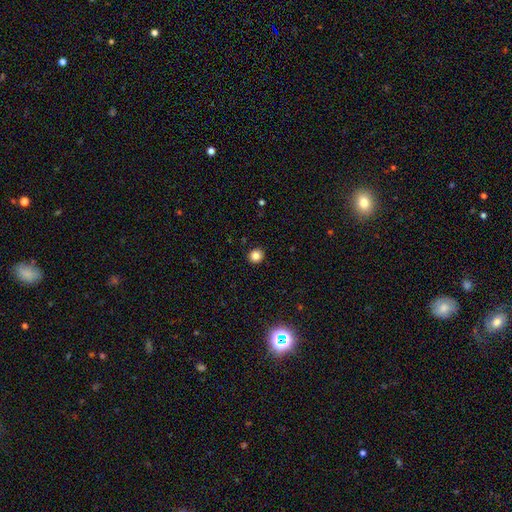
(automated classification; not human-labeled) Smooth or featured?
  - smooth: 83% *
  - star or artifact: 12%
  - featured or disk: 5%
How rounded?
  - round: 92% *
  - in between: 7%
  - cigar-shaped: 1%
Merging?
  - none: 93% *
  - minor disturbance: 5%
  - major disturbance: 2%
  - merger: 1%